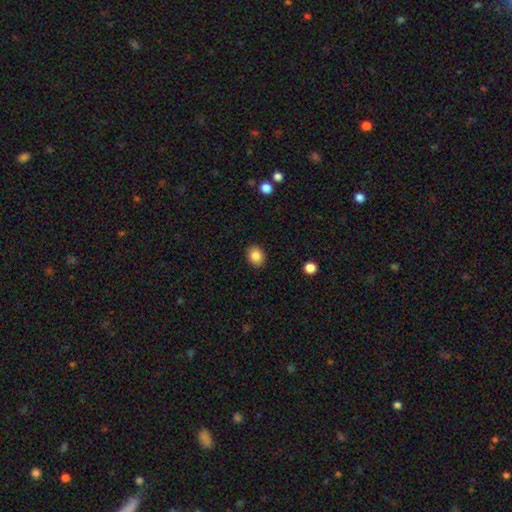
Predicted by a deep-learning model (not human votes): This is clearly a smooth galaxy (86%). How rounded: possibly round (54%). Merging: clearly none (89%).